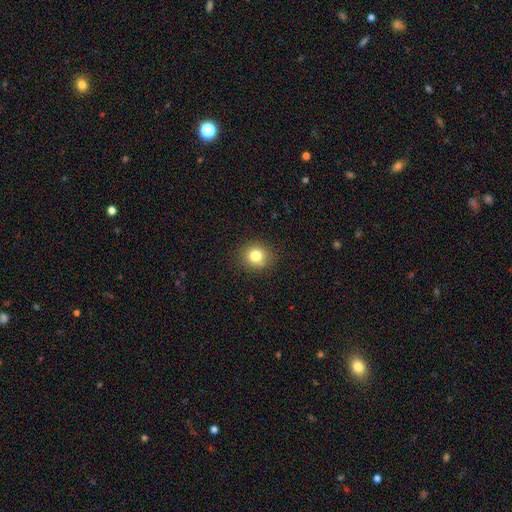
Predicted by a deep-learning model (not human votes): A smooth galaxy with no disk features (80%) that is round (83%). Merging: none (88%).